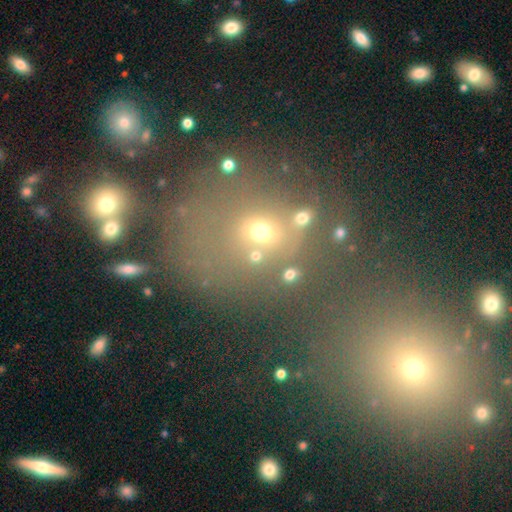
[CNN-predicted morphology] Q: Smooth or featured?
A: smooth (65%); runner-up: star or artifact (23%)
Q: How rounded?
A: round (72%); runner-up: in between (25%)
Q: Merging?
A: none (59%); runner-up: merger (23%)